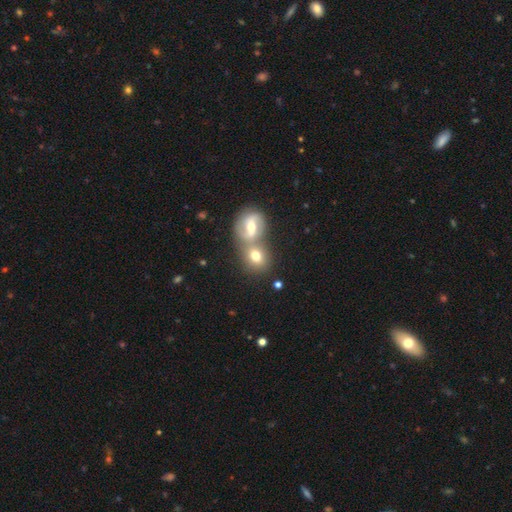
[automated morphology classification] A smooth galaxy with no disk features (63%) that is round (59%).

Vote fractions:
- Smooth or featured? smooth: 63% / featured or disk: 28% / star or artifact: 8%
- How rounded? round: 59% / in between: 39% / cigar-shaped: 2%
- Merging? merger: 50% / none: 39% / minor disturbance: 8% / major disturbance: 3%